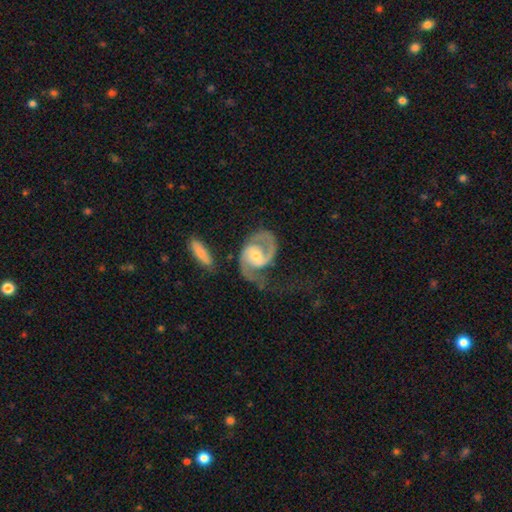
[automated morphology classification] smooth_or_featured: featured or disk (p=0.88) [alt: smooth p=0.07]
disk_edge_on: no (p=0.97) [alt: yes p=0.03]
bar: no (p=0.51) [alt: weak p=0.38]
has_spiral_arms: yes (p=0.97) [alt: no p=0.03]
spiral_winding: medium (p=0.54) [alt: tight p=0.26]
spiral_arm_count: 2 (p=0.79) [alt: 1 p=0.14]
bulge_size: moderate (p=0.56) [alt: small p=0.36]
merging: none (p=0.45) [alt: major disturbance p=0.28]